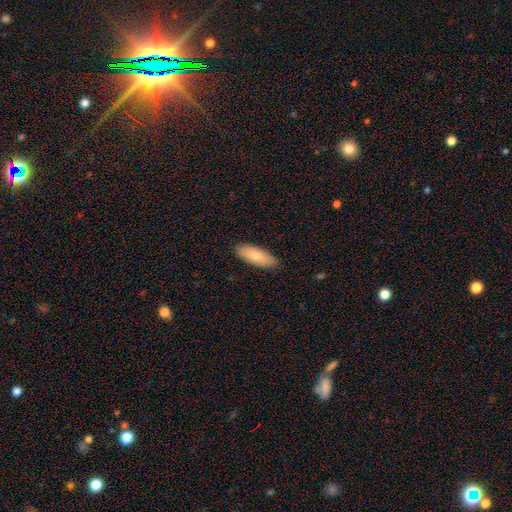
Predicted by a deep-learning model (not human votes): Overall: smooth (81%). How rounded: in between (74%). Merging: none (89%).